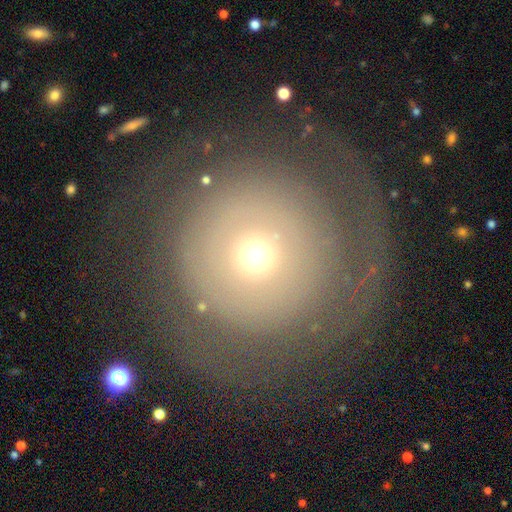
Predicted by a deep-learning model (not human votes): This is possibly a featured or disk galaxy (52%). It is clearly not viewed edge-on (96%). Merging: likely none (69%).